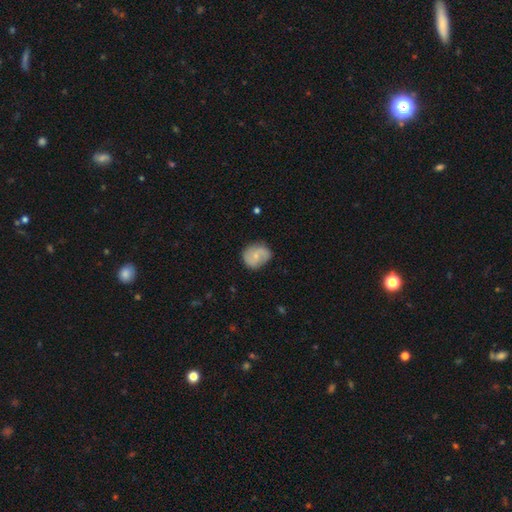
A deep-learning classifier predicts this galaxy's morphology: Q: Smooth or featured?
A: featured or disk (49%); runner-up: smooth (44%)
Q: Merging?
A: none (71%); runner-up: minor disturbance (22%)